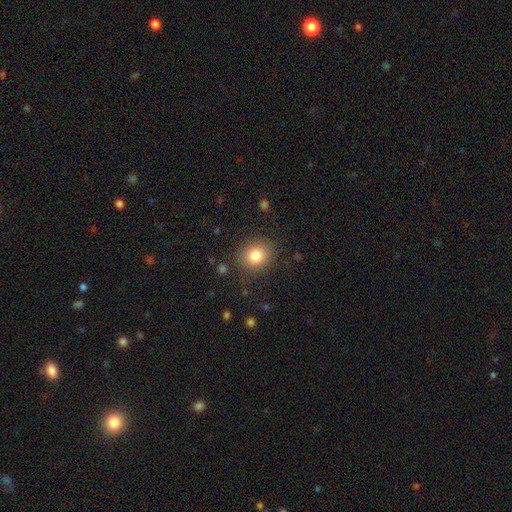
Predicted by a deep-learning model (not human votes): The model was most divided on "how rounded": round: 72%, in between: 27%, cigar-shaped: 1%. More confident: merging — none (85%); smooth or featured — smooth (82%).